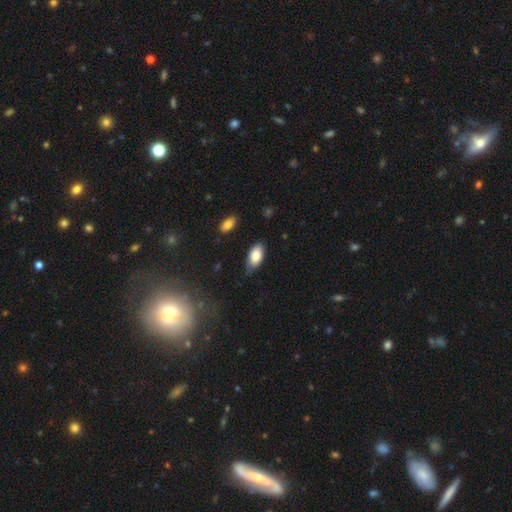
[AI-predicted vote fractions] smooth 82%, featured or disk 11%, star or artifact 7%. Down the decision tree: how rounded — in between (93%); merging — none (70%).